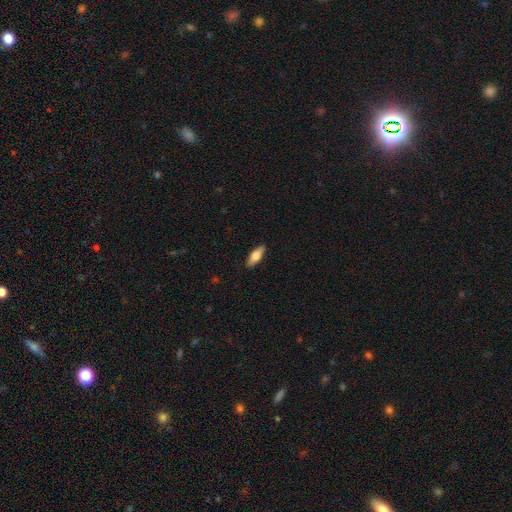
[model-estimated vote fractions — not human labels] This appears to be a smooth galaxy with no disk features (70%) that is in between round and cigar-shaped (63%). Merging: none (89%).